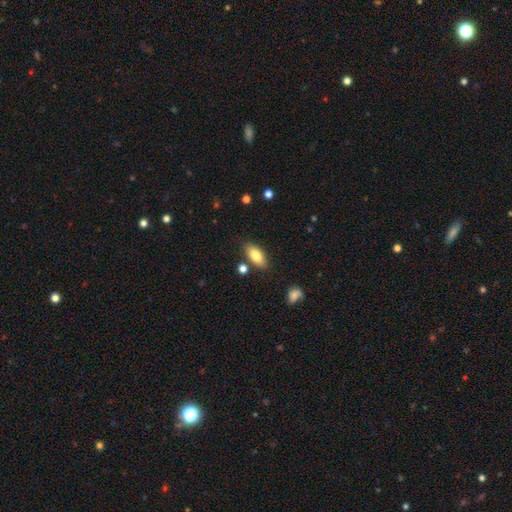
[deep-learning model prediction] smooth 80%, featured or disk 13%, star or artifact 7%. Down the decision tree: how rounded — in between (88%); merging — none (81%).